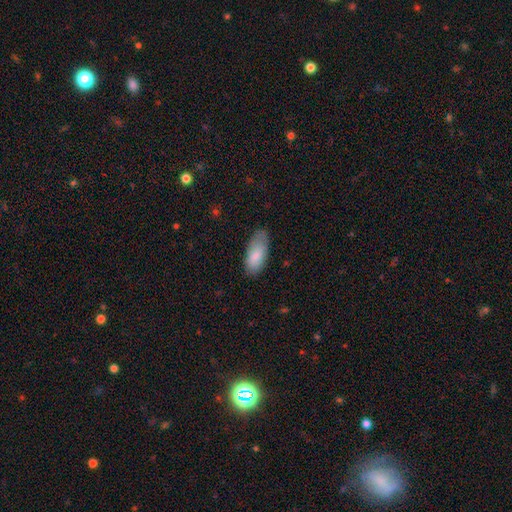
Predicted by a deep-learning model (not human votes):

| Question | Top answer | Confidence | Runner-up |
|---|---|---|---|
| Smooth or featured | smooth | 83% | featured or disk (11%) |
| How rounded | in between | 88% | cigar-shaped (10%) |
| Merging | none | 71% | minor disturbance (23%) |